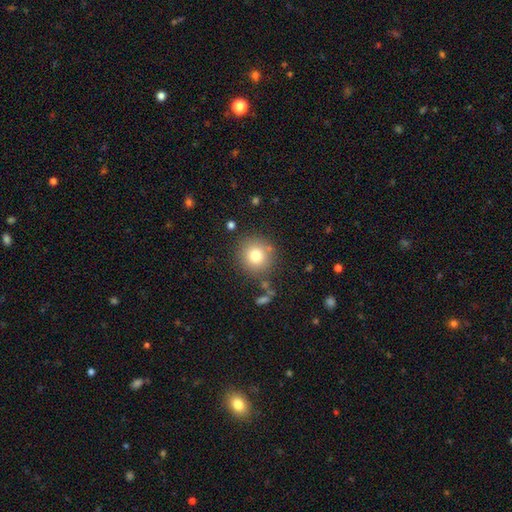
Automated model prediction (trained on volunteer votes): smooth-or-featured: smooth: 77% | star or artifact: 12% | featured or disk: 11%
  how-rounded: round: 93% | in between: 6% | cigar-shaped: 1%
  merging: none: 83% | minor disturbance: 9% | merger: 4% | major disturbance: 4%